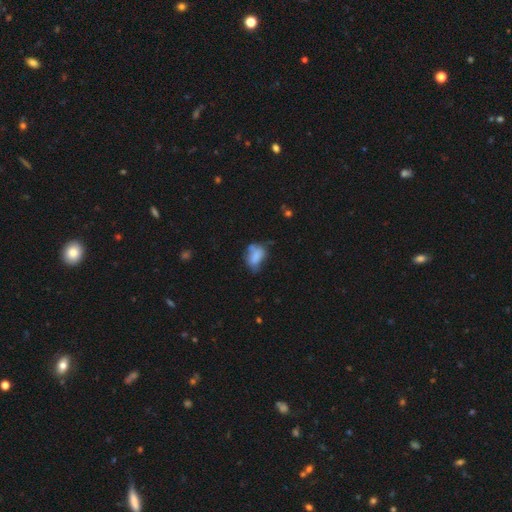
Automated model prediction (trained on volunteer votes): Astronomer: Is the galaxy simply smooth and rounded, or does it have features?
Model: smooth — 71%.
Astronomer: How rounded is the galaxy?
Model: in between — 82%.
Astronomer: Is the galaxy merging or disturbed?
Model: none — 35% (runner-up: minor disturbance, 33%).